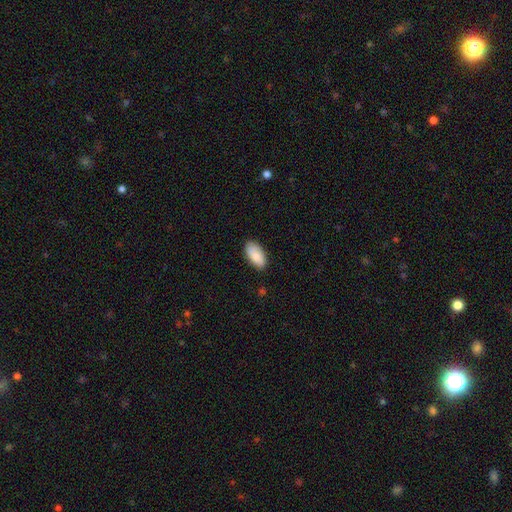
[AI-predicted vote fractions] A smooth galaxy with no disk features (88%) that is in between round and cigar-shaped (93%).

Vote fractions:
- Smooth or featured? smooth: 88% / star or artifact: 6% / featured or disk: 6%
- How rounded? in between: 93% / cigar-shaped: 5% / round: 2%
- Merging? none: 83% / minor disturbance: 13% / major disturbance: 2% / merger: 1%